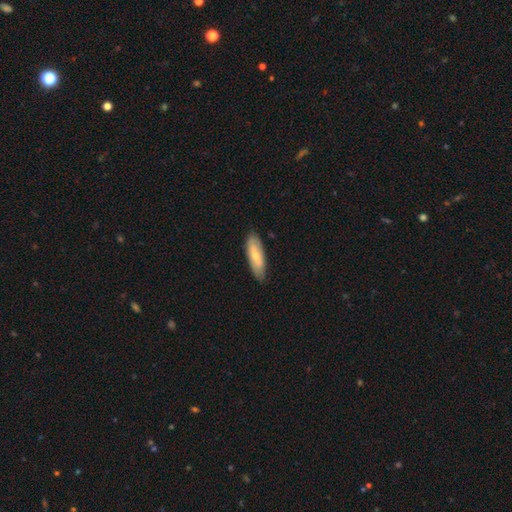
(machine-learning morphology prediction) smooth 64%, featured or disk 31%, star or artifact 5%. Down the decision tree: how rounded — in between (57%); merging — none (83%).